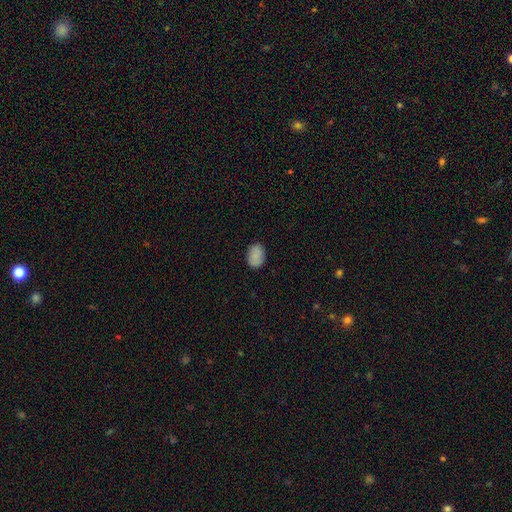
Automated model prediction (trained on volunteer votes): smooth_or_featured: smooth (p=0.86) [alt: star or artifact p=0.08]
how_rounded: in between (p=0.73) [alt: round p=0.26]
merging: none (p=0.85) [alt: minor disturbance p=0.12]